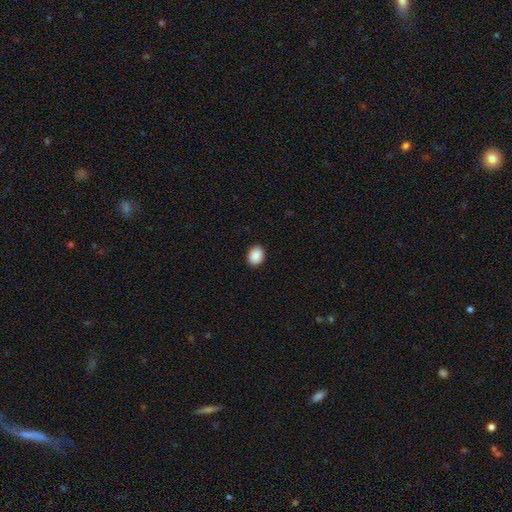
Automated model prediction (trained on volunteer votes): Overall: smooth (90%). How rounded: in between (53%; round 46%). Merging: none (90%).